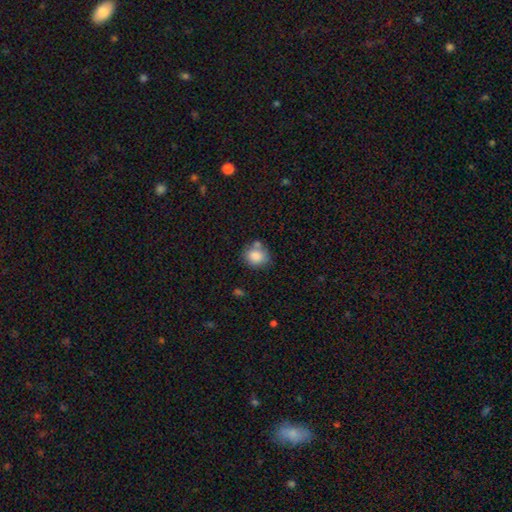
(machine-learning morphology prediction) Smooth or featured: smooth — 84% (star or artifact — 8%)
How rounded: round — 67% (in between — 32%)
Merging: none — 61% (merger — 18%)